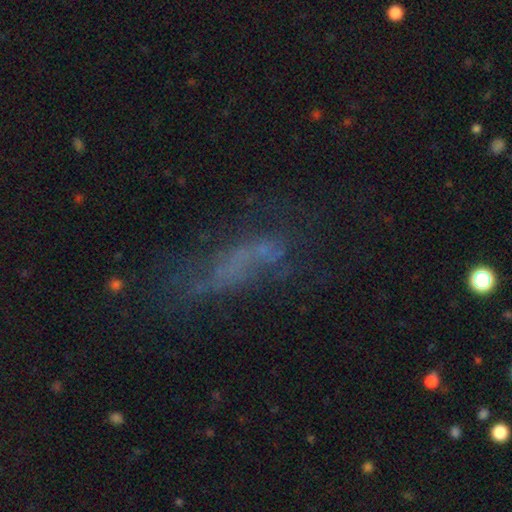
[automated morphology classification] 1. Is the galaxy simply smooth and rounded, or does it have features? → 41% featured or disk, 36% smooth, 22% star or artifact.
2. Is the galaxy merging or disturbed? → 43% none, 29% major disturbance, 22% minor disturbance, 7% merger.